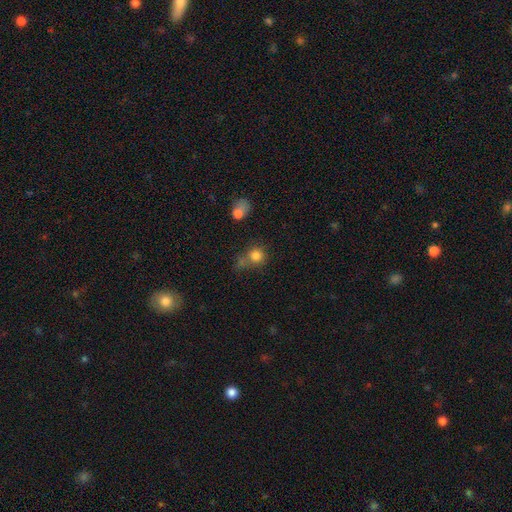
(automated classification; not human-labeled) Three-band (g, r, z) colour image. It shows a smooth galaxy with no disk features (79%) that is round (83%). Merging: none (46%).